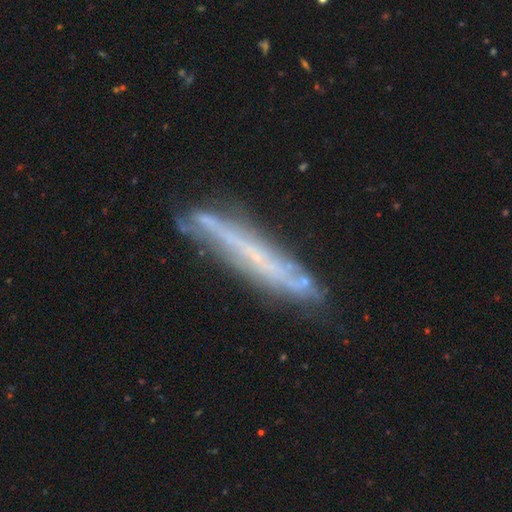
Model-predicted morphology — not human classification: Smooth or featured? Predicted: featured or disk (p=0.65). Edge-on disk? Predicted: yes (p=0.80). Edge-on bulge? Predicted: none (p=0.84). Merging? Predicted: none (p=0.71).